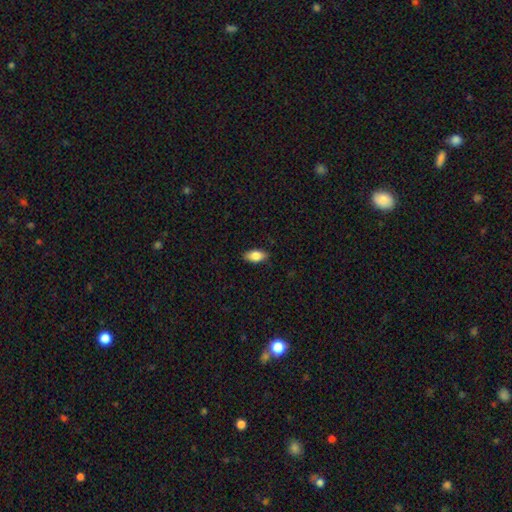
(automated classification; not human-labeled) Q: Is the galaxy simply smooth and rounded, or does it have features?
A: smooth — 84%.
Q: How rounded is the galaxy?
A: in between — 90%.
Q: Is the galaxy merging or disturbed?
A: none — 87%.